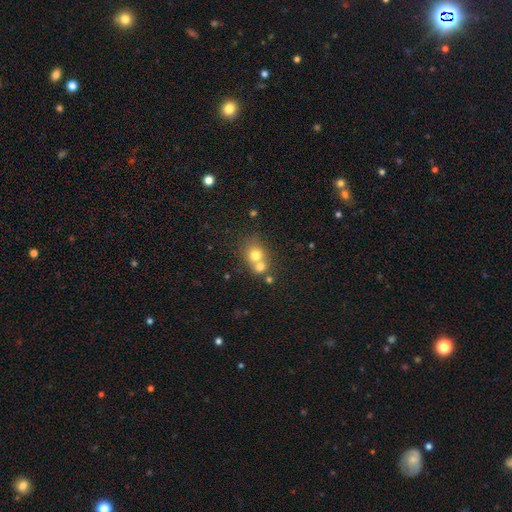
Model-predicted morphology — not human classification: This appears to be a smooth galaxy with no disk features (72%) that is round (75%). Merging: merger (56%).